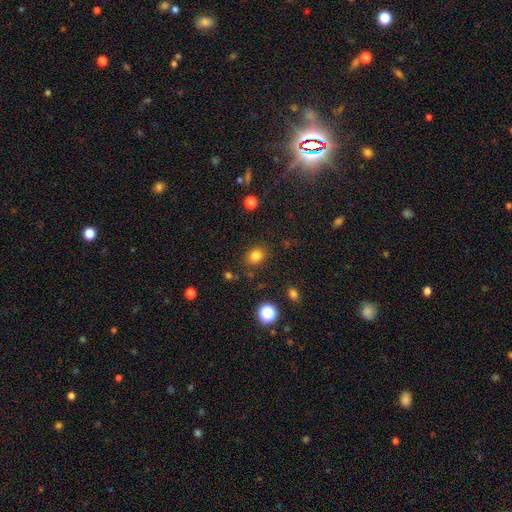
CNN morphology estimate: Q: Smooth or featured?
A: smooth (80%); runner-up: star or artifact (14%)
Q: How rounded?
A: round (60%); runner-up: in between (39%)
Q: Merging?
A: none (83%); runner-up: minor disturbance (11%)